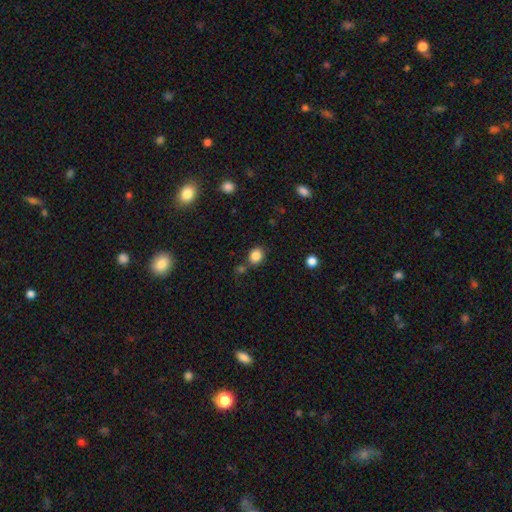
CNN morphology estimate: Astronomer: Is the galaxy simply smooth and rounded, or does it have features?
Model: smooth — 85%.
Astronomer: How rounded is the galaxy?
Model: round — 63%.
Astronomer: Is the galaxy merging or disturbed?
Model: none — 73%.